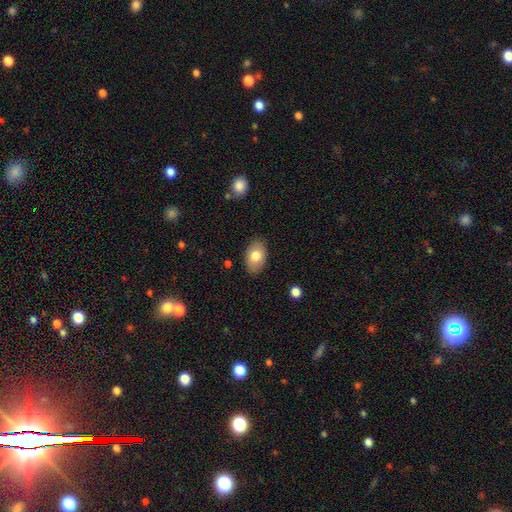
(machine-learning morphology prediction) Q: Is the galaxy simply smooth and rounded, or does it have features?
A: smooth — 79%.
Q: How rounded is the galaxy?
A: in between — 91%.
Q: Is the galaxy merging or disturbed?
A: none — 86%.